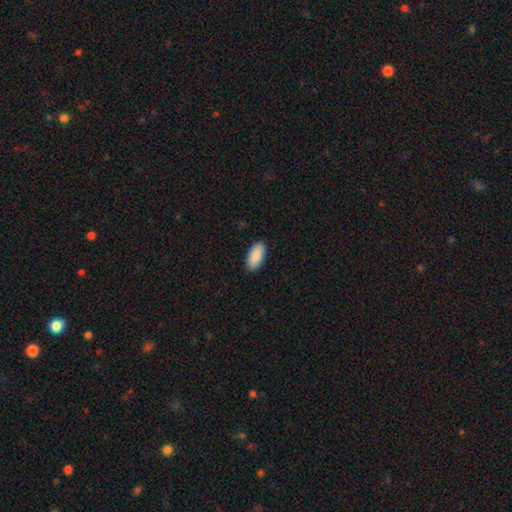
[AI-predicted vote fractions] A smooth galaxy with no disk features (91%) that is in between round and cigar-shaped (94%).

Vote fractions:
- Smooth or featured? smooth: 91% / star or artifact: 6% / featured or disk: 4%
- How rounded? in between: 94% / cigar-shaped: 5% / round: 2%
- Merging? none: 89% / minor disturbance: 8% / major disturbance: 2% / merger: 1%